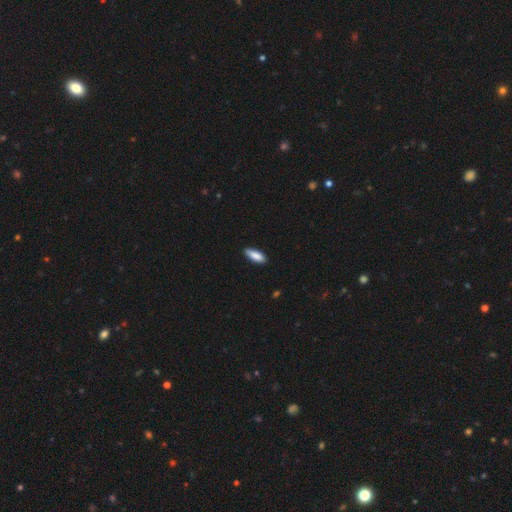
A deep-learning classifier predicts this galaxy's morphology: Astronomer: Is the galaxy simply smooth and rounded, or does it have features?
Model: smooth — 87%.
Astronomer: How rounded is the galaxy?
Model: in between — 66%.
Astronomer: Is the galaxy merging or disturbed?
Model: none — 86%.